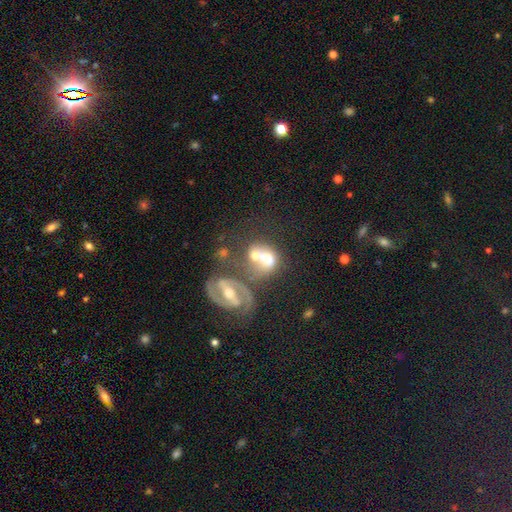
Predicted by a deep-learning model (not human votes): A featured or disk galaxy (53%) with no bar (44%), spiral arms (61%) and a moderate central bulge (58%). Merging: merger (59%).